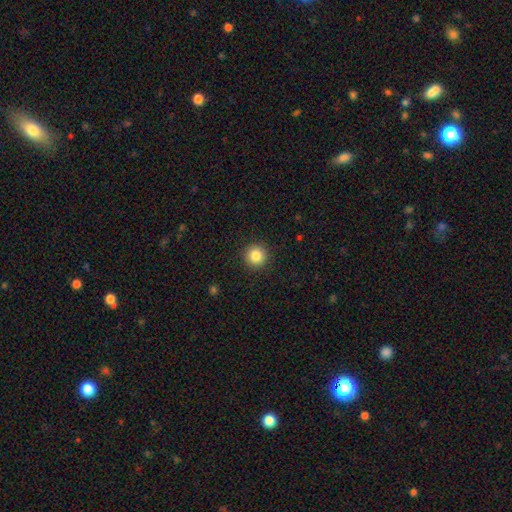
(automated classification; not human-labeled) smooth 85%, star or artifact 10%, featured or disk 5%. Down the decision tree: how rounded — round (95%); merging — none (92%).